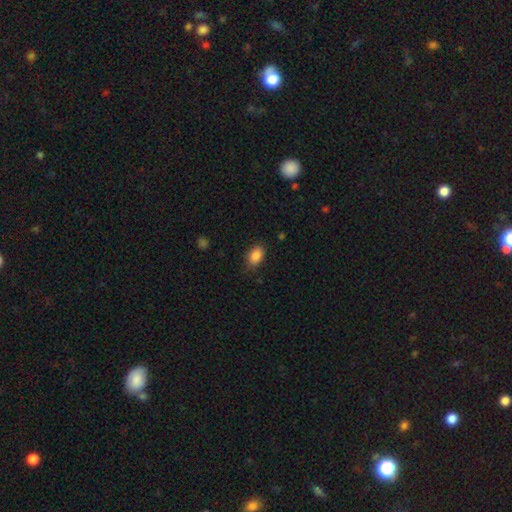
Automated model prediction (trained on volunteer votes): smooth_or_featured: smooth (p=0.88) [alt: star or artifact p=0.08]
how_rounded: in between (p=0.88) [alt: round p=0.10]
merging: none (p=0.81) [alt: minor disturbance p=0.14]